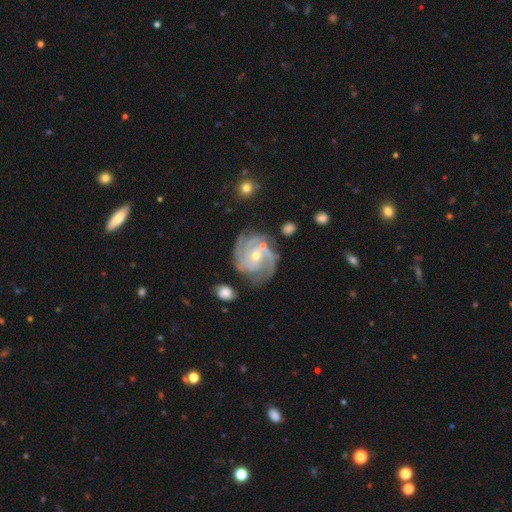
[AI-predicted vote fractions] A featured or disk galaxy (90%) with no bar (68%), 3 (39%) tight (62%) spiral arms (98%) and a small central bulge (61%). Merging: none (70%).